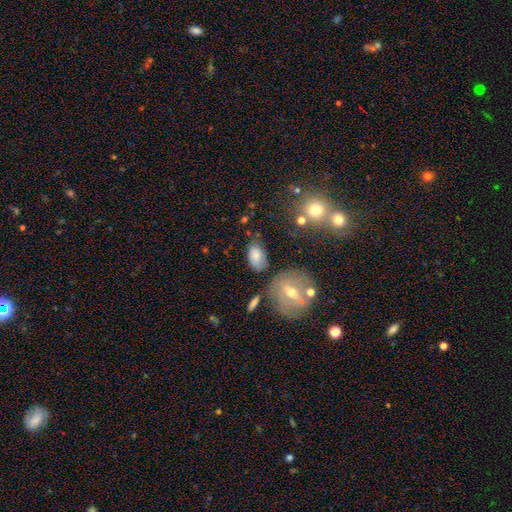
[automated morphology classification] type=smooth (75%); roundness=in between (90%); merging=none (64%).